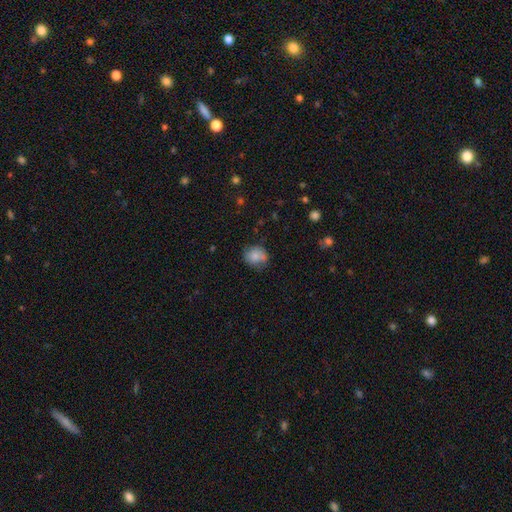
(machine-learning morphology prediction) Smooth or featured? smooth (80%)
How rounded? round (65%)
Merging? none (63%)